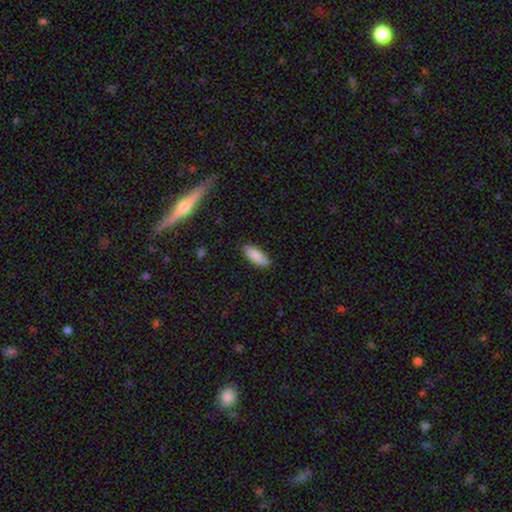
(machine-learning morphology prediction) Smooth or featured? Predicted: smooth (p=0.87). How rounded? Predicted: in between (p=0.73). Merging? Predicted: none (p=0.87).